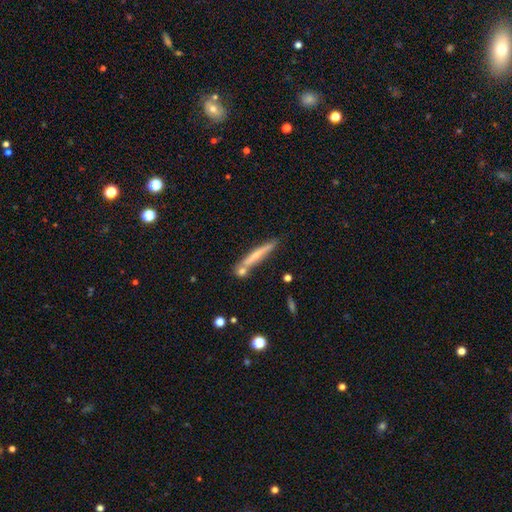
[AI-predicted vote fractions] Smooth or featured?
  - smooth: 48% *
  - featured or disk: 45%
  - star or artifact: 7%
Merging?
  - none: 69% *
  - merger: 14%
  - minor disturbance: 13%
  - major disturbance: 3%